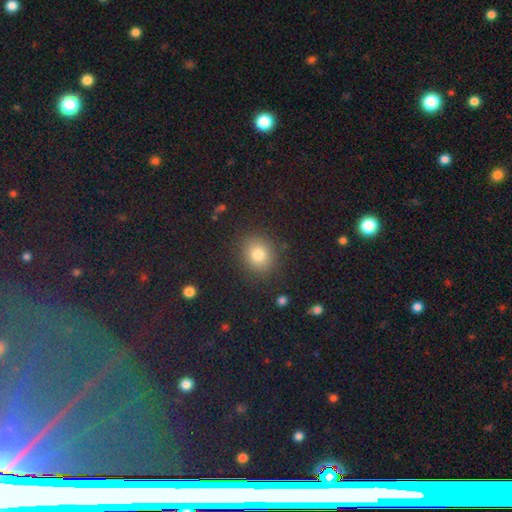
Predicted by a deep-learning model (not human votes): A smooth galaxy with no disk features (77%) that is round (75%).

Vote fractions:
- Smooth or featured? smooth: 77% / star or artifact: 16% / featured or disk: 7%
- How rounded? round: 75% / in between: 24% / cigar-shaped: 1%
- Merging? none: 88% / minor disturbance: 8% / major disturbance: 3% / merger: 2%